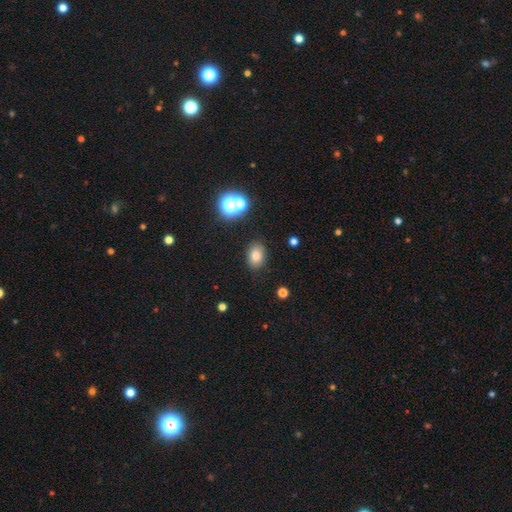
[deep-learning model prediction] This appears to be a smooth galaxy with no disk features (78%) that is in between round and cigar-shaped (72%). Merging: none (85%).